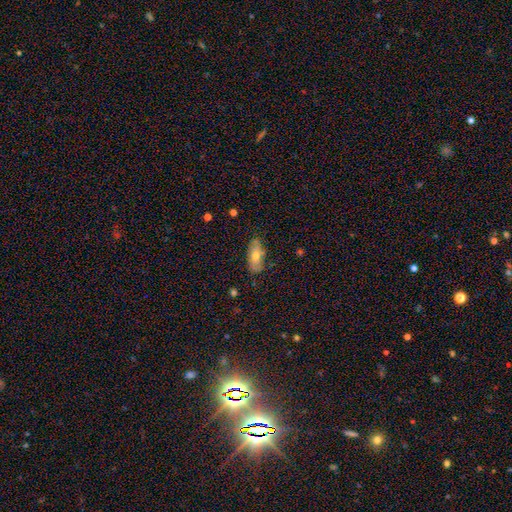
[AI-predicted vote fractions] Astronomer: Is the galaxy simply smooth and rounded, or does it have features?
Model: smooth — 59%.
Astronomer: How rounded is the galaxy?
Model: in between — 82%.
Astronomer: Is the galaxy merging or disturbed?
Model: none — 80%.